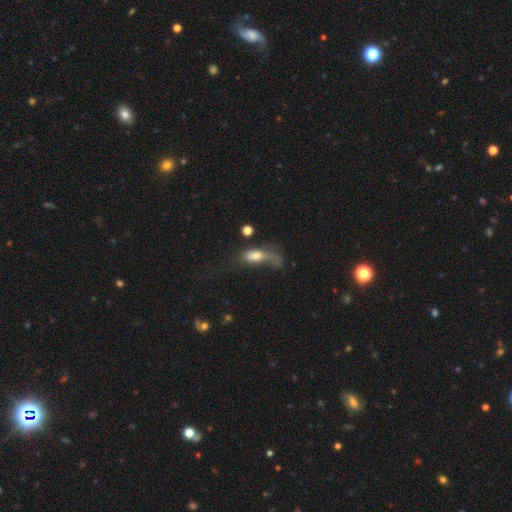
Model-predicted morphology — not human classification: A smooth galaxy with no disk features (61%) that is in between round and cigar-shaped (67%). Merging: major disturbance (57%).